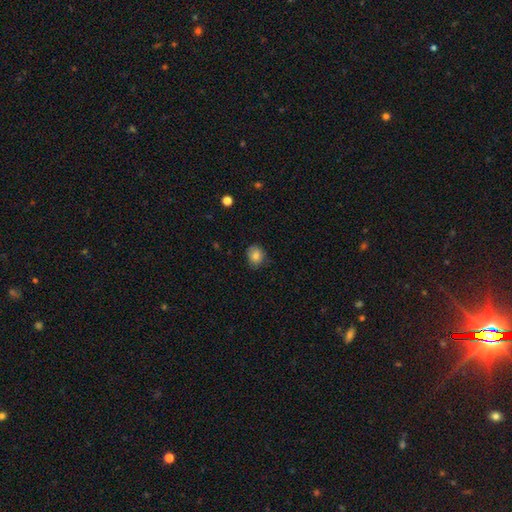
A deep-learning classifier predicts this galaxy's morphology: The model was most divided on "how rounded": round: 69%, in between: 30%, cigar-shaped: 1%. More confident: smooth or featured — smooth (80%); merging — none (76%).